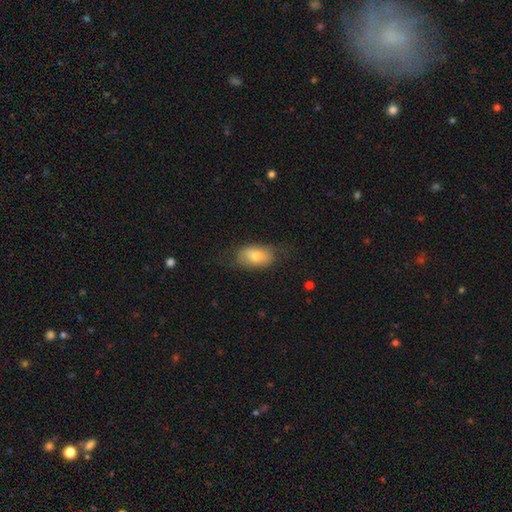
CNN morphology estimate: The model was most divided on "merging": none: 64%, minor disturbance: 25%, major disturbance: 10%, merger: 1%. More confident: how rounded — in between (91%); smooth or featured — smooth (74%).